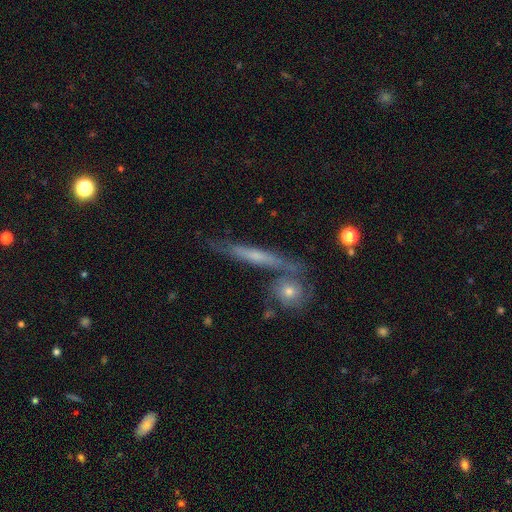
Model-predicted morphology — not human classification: The model was most divided on "smooth or featured": featured or disk: 58%, smooth: 35%, star or artifact: 7%. More confident: edge-on disk — yes (80%); merging — none (64%).